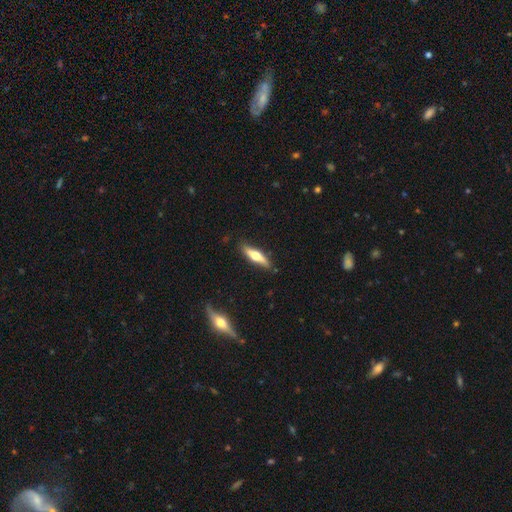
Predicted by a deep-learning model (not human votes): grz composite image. It shows a smooth galaxy with no disk features (48%). Merging: none (83%).